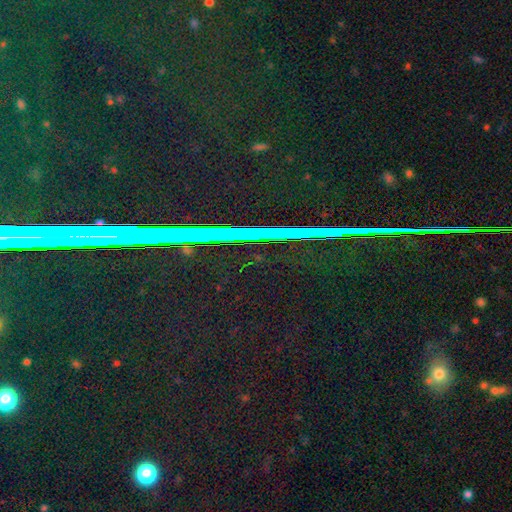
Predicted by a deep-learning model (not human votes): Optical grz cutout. It shows a star or artifact, not a galaxy (83%).